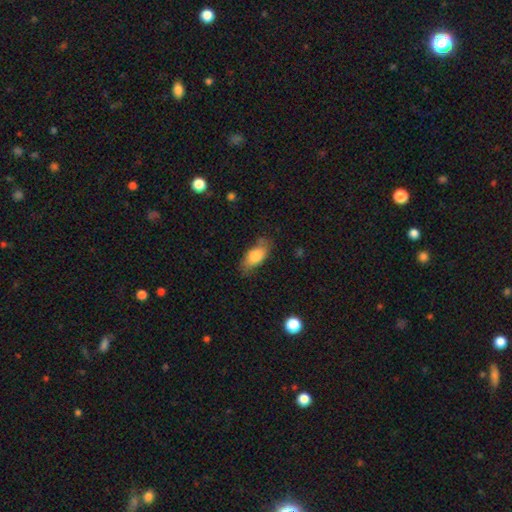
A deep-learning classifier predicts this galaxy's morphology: A smooth galaxy with no disk features (80%) that is in between round and cigar-shaped (86%).

Vote fractions:
- Smooth or featured? smooth: 80% / featured or disk: 13% / star or artifact: 7%
- How rounded? in between: 86% / cigar-shaped: 10% / round: 4%
- Merging? none: 67% / minor disturbance: 24% / major disturbance: 7% / merger: 2%